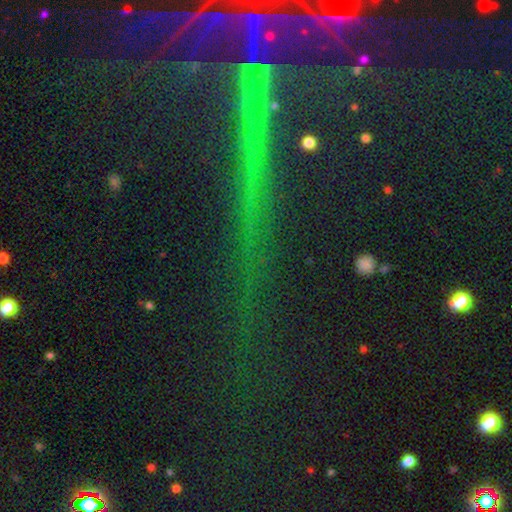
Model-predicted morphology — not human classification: smooth_or_featured: star or artifact (p=0.70) [alt: featured or disk p=0.18]